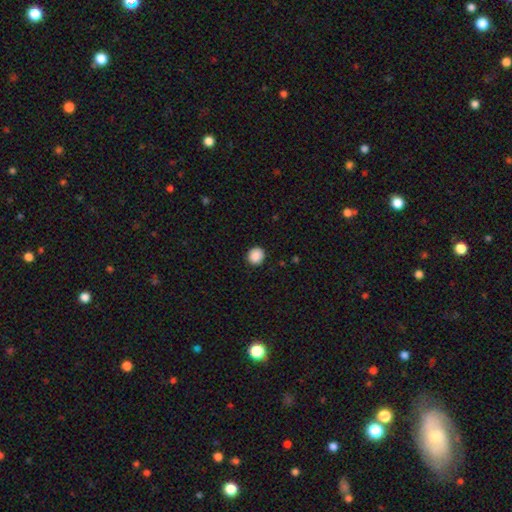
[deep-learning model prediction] Smooth or featured? smooth (89%)
How rounded? round (86%)
Merging? none (92%)